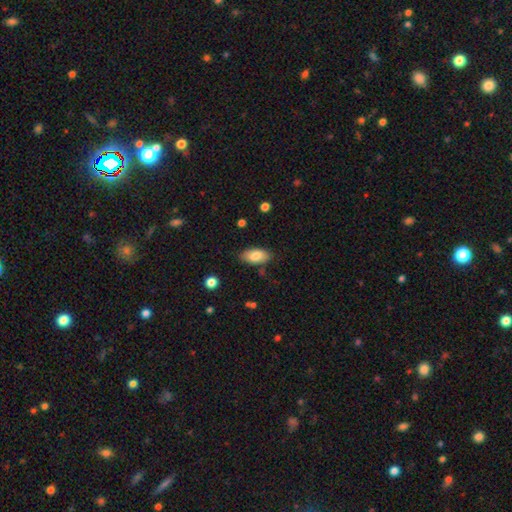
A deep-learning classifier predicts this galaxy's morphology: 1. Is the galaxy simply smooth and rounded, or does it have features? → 81% smooth, 12% featured or disk, 7% star or artifact.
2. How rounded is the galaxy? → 92% in between, 5% cigar-shaped, 3% round.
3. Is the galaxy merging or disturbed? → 81% none, 14% minor disturbance, 3% major disturbance, 2% merger.